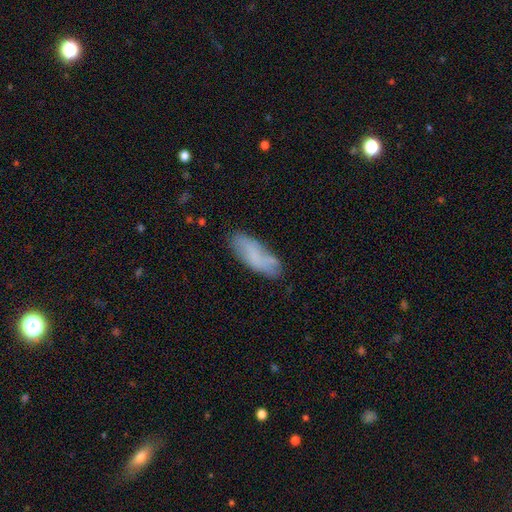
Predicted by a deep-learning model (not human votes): smooth 69%, featured or disk 23%, star or artifact 8%. Down the decision tree: how rounded — in between (68%); merging — none (68%).